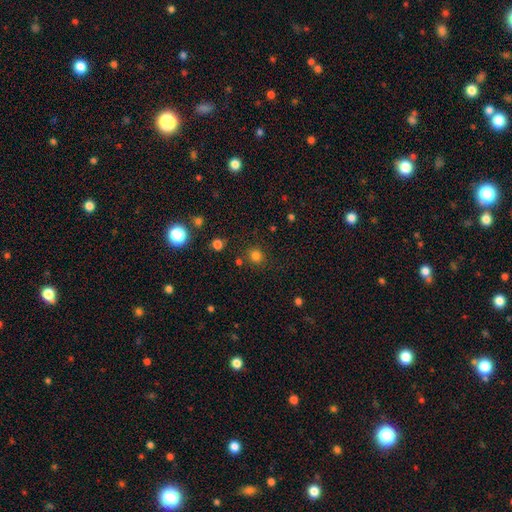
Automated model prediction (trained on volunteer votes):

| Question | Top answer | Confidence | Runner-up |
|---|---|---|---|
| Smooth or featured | smooth | 79% | star or artifact (16%) |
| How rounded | round | 85% | in between (14%) |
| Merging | none | 83% | minor disturbance (9%) |